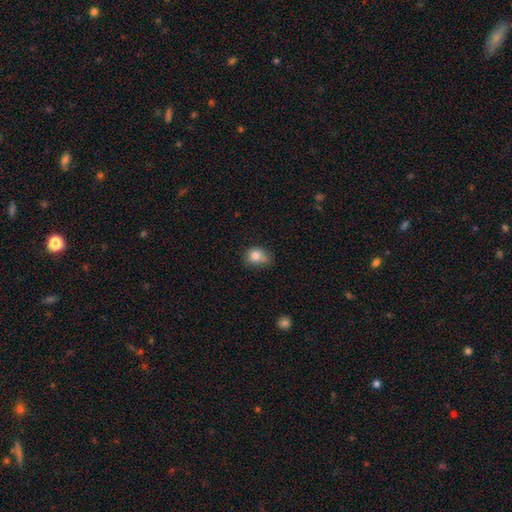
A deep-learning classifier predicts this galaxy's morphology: type=smooth (80%); roundness=round (51%); merging=none (49%).